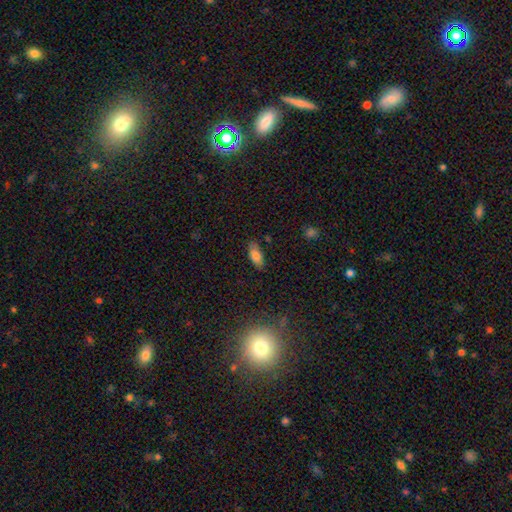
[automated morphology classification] A smooth galaxy with no disk features (80%) that is in between round and cigar-shaped (86%).

Vote fractions:
- Smooth or featured? smooth: 80% / featured or disk: 11% / star or artifact: 9%
- How rounded? in between: 86% / cigar-shaped: 11% / round: 3%
- Merging? none: 81% / minor disturbance: 15% / major disturbance: 3% / merger: 2%